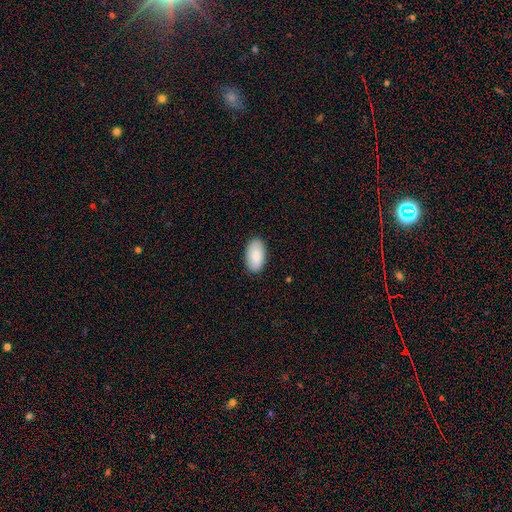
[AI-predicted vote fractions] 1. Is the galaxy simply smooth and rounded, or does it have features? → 90% smooth, 6% star or artifact, 5% featured or disk.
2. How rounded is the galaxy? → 96% in between, 3% round, 2% cigar-shaped.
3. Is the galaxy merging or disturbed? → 88% none, 9% minor disturbance, 2% major disturbance, 1% merger.